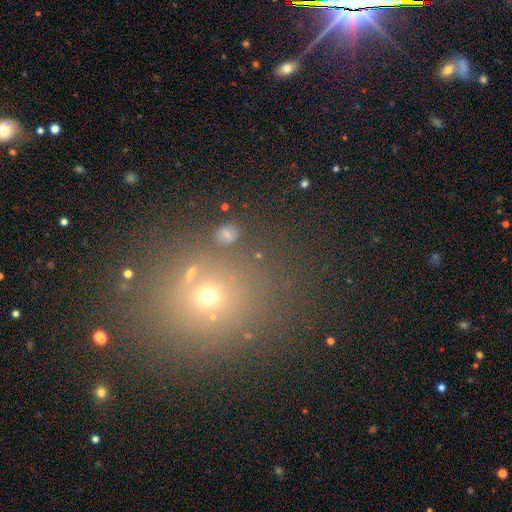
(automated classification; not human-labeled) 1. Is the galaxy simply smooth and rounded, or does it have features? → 47% smooth, 43% star or artifact, 11% featured or disk.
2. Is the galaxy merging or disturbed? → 81% none, 8% minor disturbance, 7% merger, 4% major disturbance.